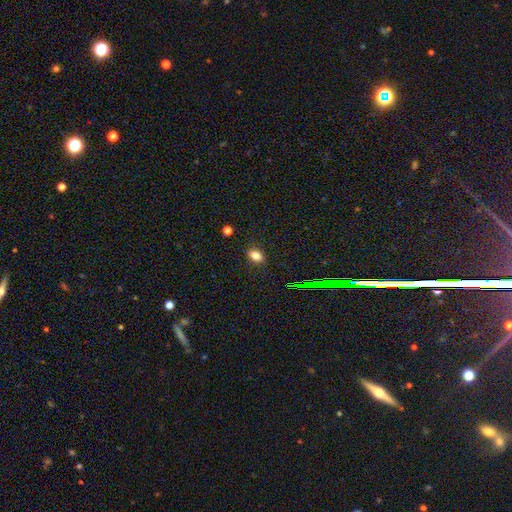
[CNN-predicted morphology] A smooth galaxy with no disk features (79%) that is in between round and cigar-shaped (79%). Merging: none (87%).